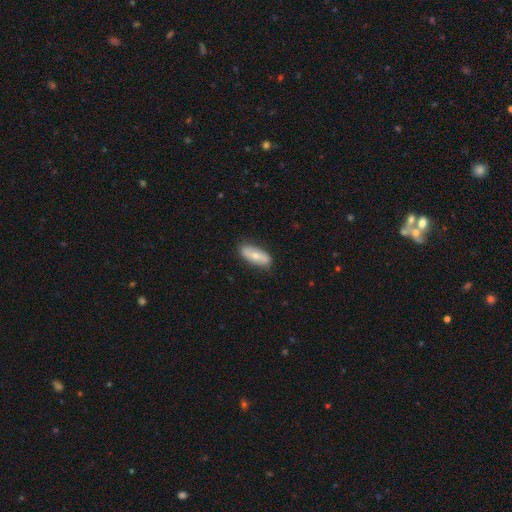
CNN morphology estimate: Smooth or featured? smooth (54%)
How rounded? in between (76%)
Merging? none (84%)